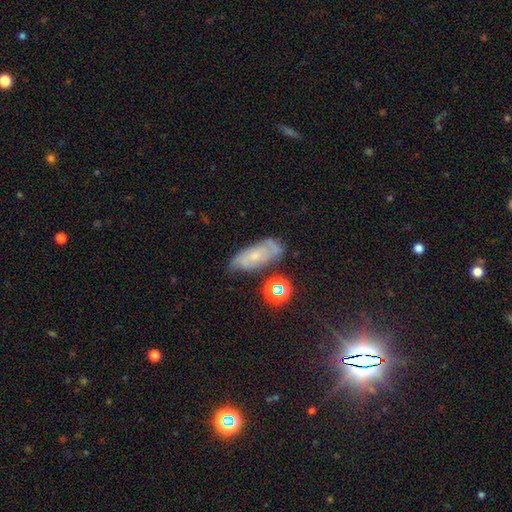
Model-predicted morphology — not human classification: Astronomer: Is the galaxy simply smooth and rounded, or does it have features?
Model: featured or disk — 53% (runner-up: smooth, 33%).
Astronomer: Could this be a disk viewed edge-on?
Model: no — 88%.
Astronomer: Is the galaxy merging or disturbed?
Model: none — 62%.